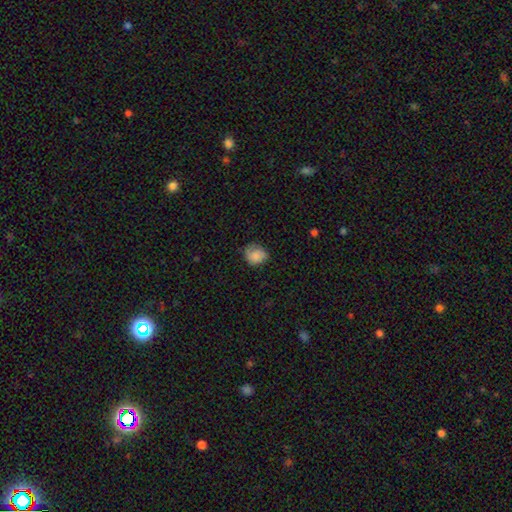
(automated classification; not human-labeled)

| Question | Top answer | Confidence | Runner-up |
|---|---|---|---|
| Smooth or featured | smooth | 79% | featured or disk (13%) |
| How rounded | round | 71% | in between (29%) |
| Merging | none | 61% | minor disturbance (29%) |